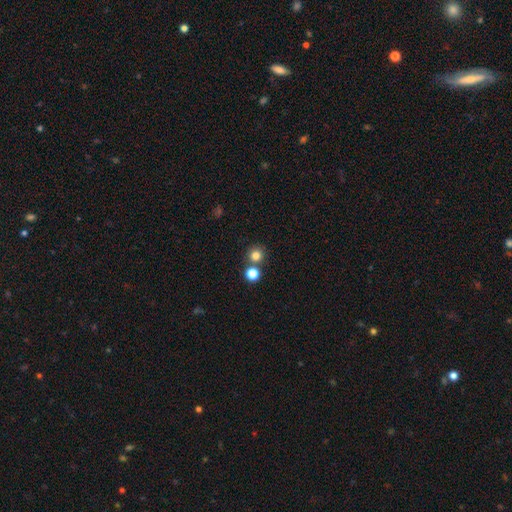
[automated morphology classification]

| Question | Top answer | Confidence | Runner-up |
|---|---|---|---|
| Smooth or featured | smooth | 80% | star or artifact (14%) |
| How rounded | round | 92% | in between (7%) |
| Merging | none | 72% | merger (19%) |